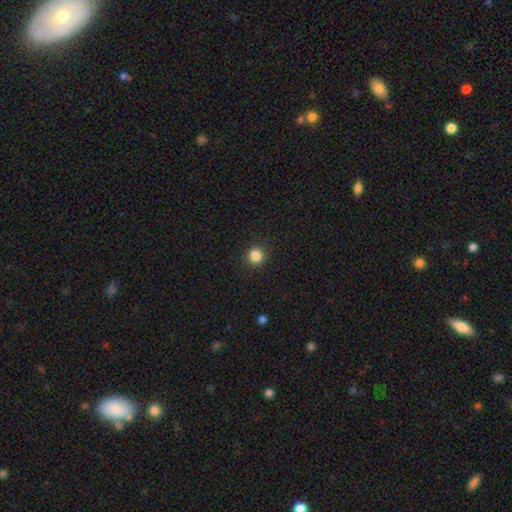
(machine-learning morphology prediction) type=smooth (85%); roundness=round (91%); merging=none (91%).